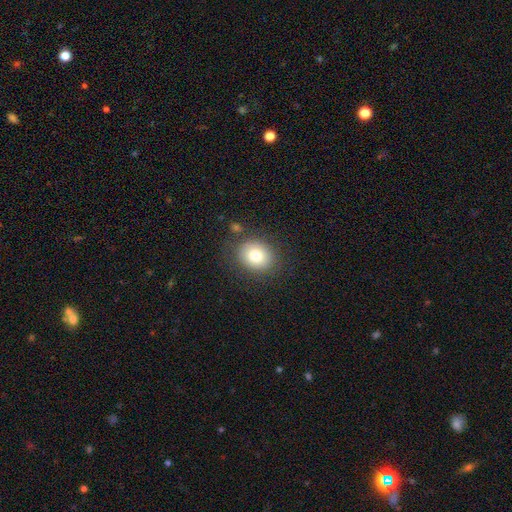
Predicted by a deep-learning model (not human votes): This appears to be a smooth galaxy with no disk features (78%) that is round (67%). Merging: none (82%).